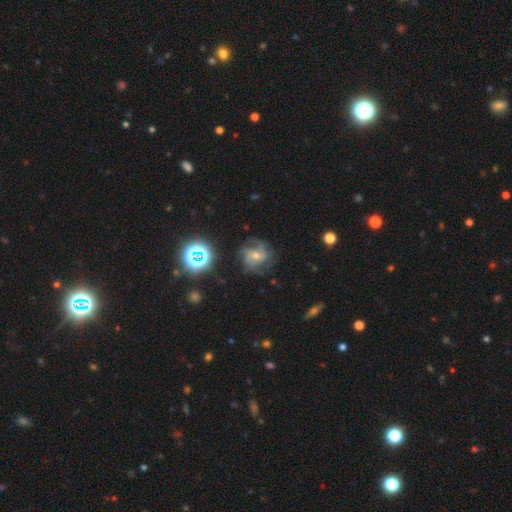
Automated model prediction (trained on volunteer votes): The model was most divided on "bulge size": moderate: 48%, small: 47%, large: 2%, none: 2%, dominant: 1%. Remaining: edge-on disk — no (98%); spiral arms — yes (95%); smooth or featured — featured or disk (77%); merging — none (65%); bar — no (56%); spiral winding — medium (49%); spiral arm count — 3 (42%).